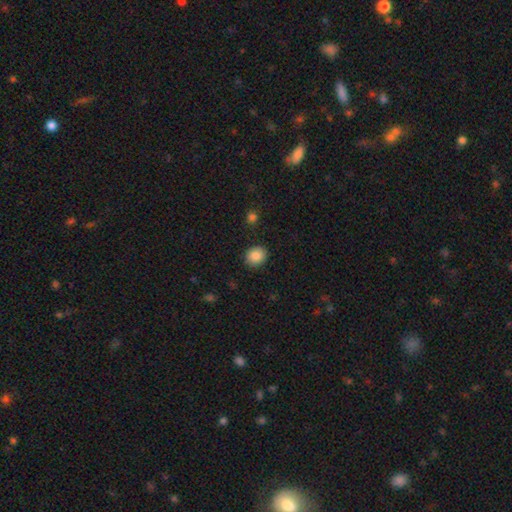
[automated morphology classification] smooth_or_featured: smooth (p=0.87) [alt: star or artifact p=0.08]
how_rounded: round (p=0.69) [alt: in between p=0.30]
merging: none (p=0.89) [alt: minor disturbance p=0.07]